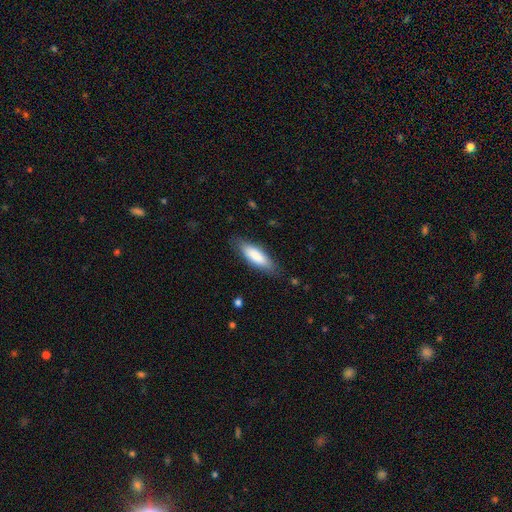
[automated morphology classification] Q: Smooth or featured?
A: smooth (83%); runner-up: featured or disk (11%)
Q: How rounded?
A: in between (55%); runner-up: cigar-shaped (43%)
Q: Merging?
A: none (82%); runner-up: minor disturbance (14%)